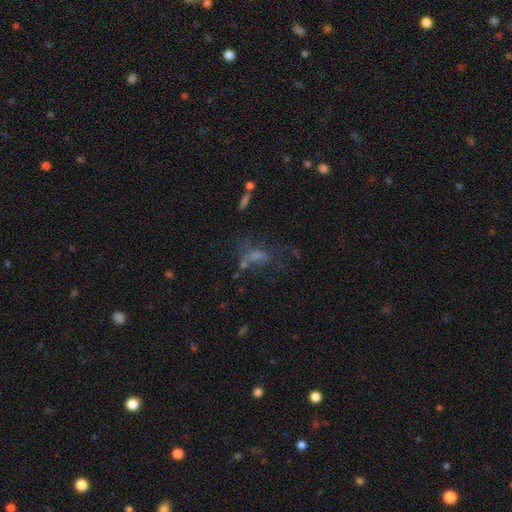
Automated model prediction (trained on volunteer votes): The model was most divided on "merging": major disturbance: 36%, none: 34%, minor disturbance: 18%, merger: 12%. Remaining: smooth or featured — smooth (41%).